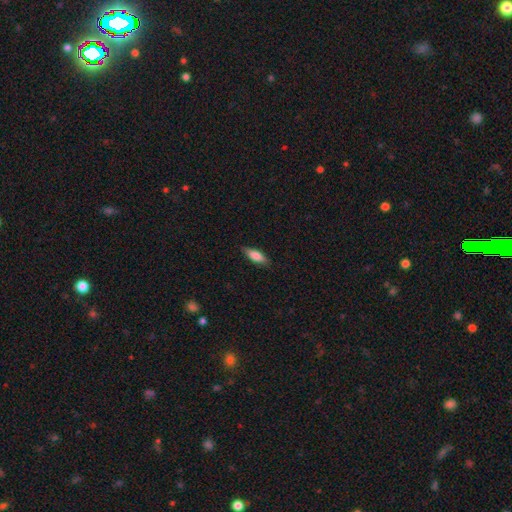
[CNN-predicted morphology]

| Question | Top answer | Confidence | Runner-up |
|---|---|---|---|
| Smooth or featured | smooth | 78% | featured or disk (15%) |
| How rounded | in between | 63% | cigar-shaped (35%) |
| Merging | none | 85% | minor disturbance (12%) |